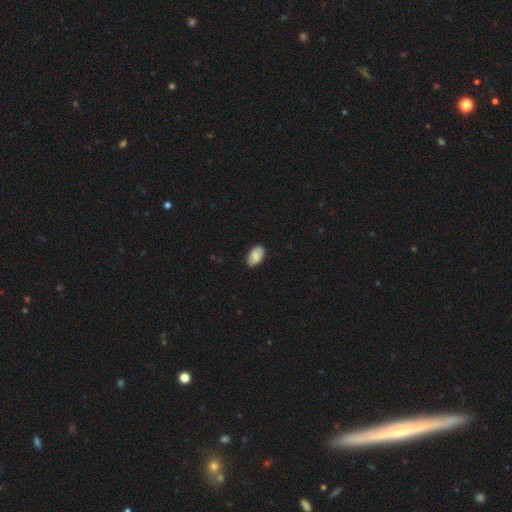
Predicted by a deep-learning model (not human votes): A smooth galaxy with no disk features (83%) that is in between round and cigar-shaped (94%).

Vote fractions:
- Smooth or featured? smooth: 83% / featured or disk: 10% / star or artifact: 7%
- How rounded? in between: 94% / round: 5% / cigar-shaped: 1%
- Merging? none: 84% / minor disturbance: 13% / major disturbance: 2% / merger: 1%